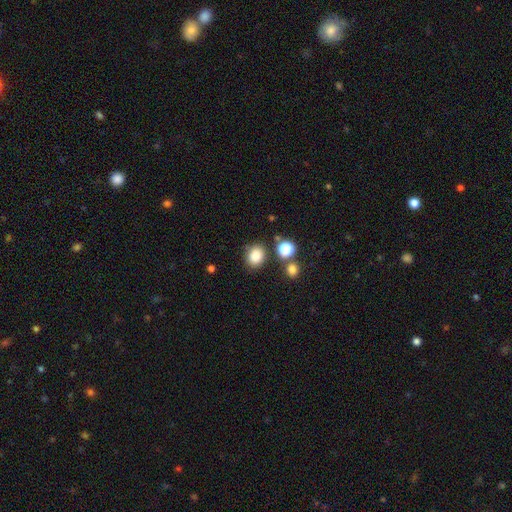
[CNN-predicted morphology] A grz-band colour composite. It shows a smooth galaxy with no disk features (84%) that is round (54%). Merging: none (79%).